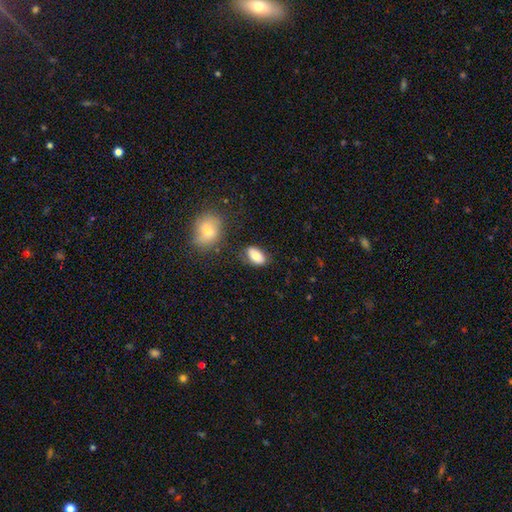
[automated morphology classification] smooth_or_featured: smooth (p=0.81) [alt: featured or disk p=0.11]
how_rounded: in between (p=0.90) [alt: round p=0.08]
merging: none (p=0.76) [alt: minor disturbance p=0.15]